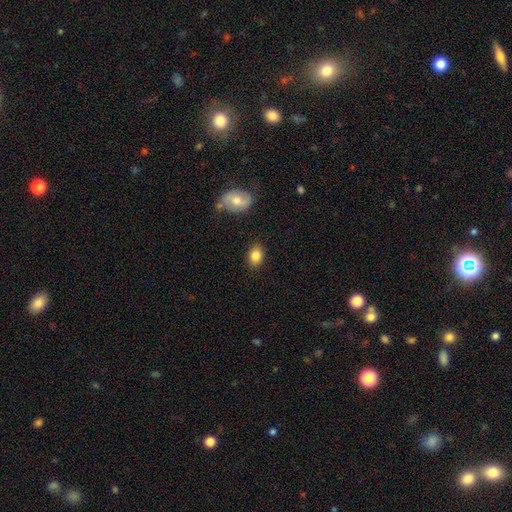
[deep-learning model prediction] Smooth or featured: smooth — 84% (star or artifact — 8%)
How rounded: in between — 71% (round — 28%)
Merging: none — 85% (minor disturbance — 11%)